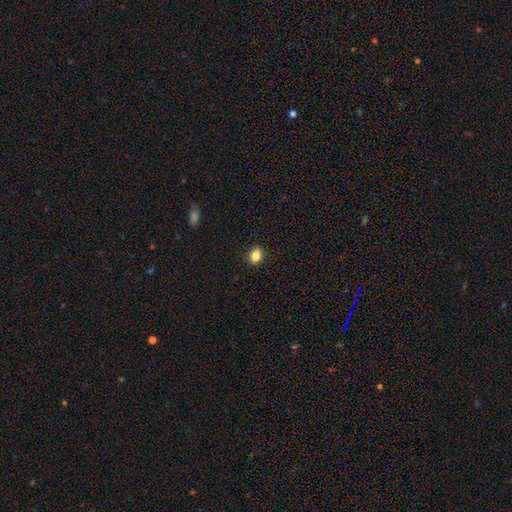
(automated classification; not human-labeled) Q: Smooth or featured?
A: smooth (85%); runner-up: star or artifact (10%)
Q: How rounded?
A: in between (69%); runner-up: round (29%)
Q: Merging?
A: none (86%); runner-up: minor disturbance (11%)